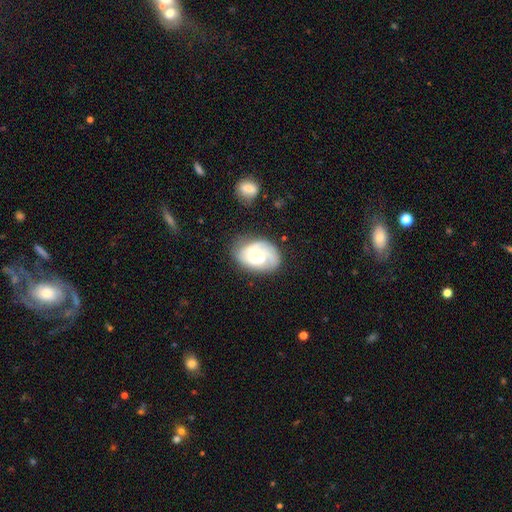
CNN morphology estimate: smooth-or-featured: featured or disk: 74% | smooth: 20% | star or artifact: 6%
  disk-edge-on: no: 97% | yes: 3%
    bar: no: 58% | weak: 36% | strong: 7%
    has-spiral-arms: yes: 92% | no: 8%
      spiral-winding: tight: 48% | medium: 39% | loose: 13%
      spiral-arm-count: 2: 37% | 3: 23% | can't tell: 22% | 1: 12% | 4: 4% | more than 4: 3%
    bulge-size: moderate: 51% | small: 38% | large: 7% | none: 3% | dominant: 1%
  merging: none: 64% | minor disturbance: 22% | major disturbance: 10% | merger: 4%